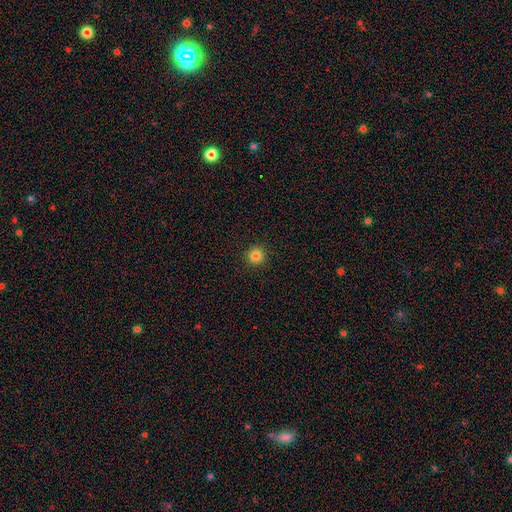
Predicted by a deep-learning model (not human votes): Overall: smooth (83%). How rounded: round (95%). Merging: none (93%).